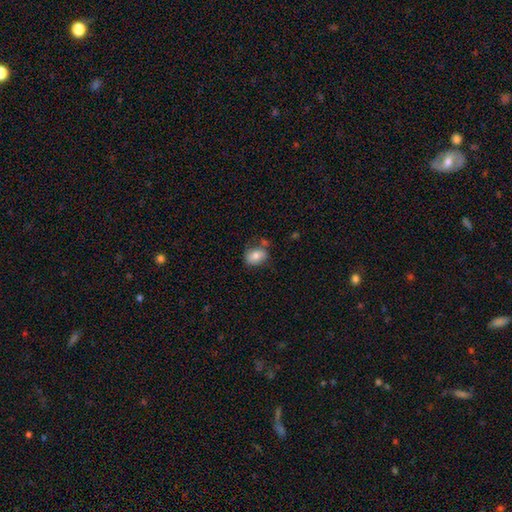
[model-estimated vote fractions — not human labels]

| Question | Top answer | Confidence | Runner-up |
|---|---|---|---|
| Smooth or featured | smooth | 78% | featured or disk (14%) |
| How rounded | in between | 68% | round (31%) |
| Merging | none | 61% | minor disturbance (23%) |